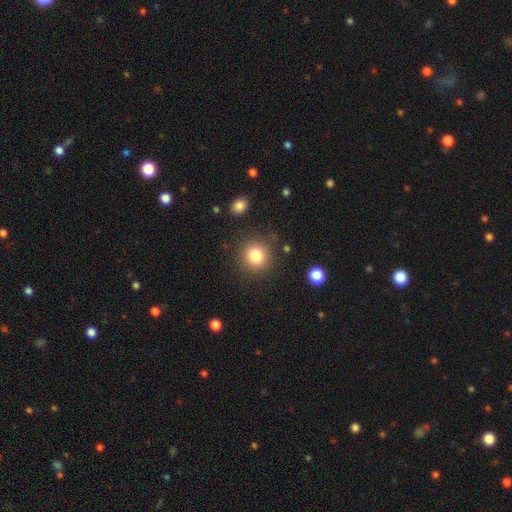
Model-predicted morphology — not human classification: This is clearly a smooth galaxy (82%). How rounded: clearly round (91%). Merging: clearly none (86%).